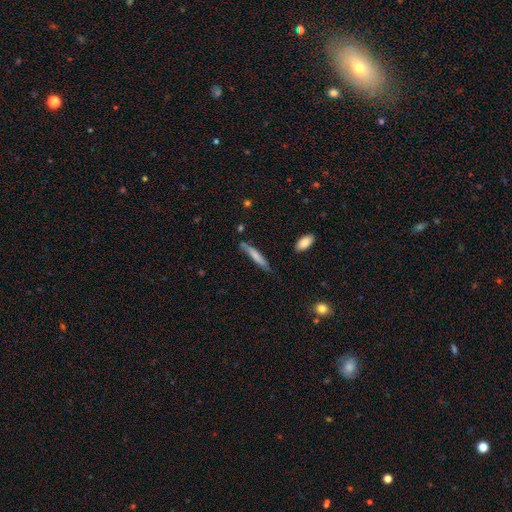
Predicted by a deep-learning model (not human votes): The model was most divided on "smooth or featured": smooth: 70%, featured or disk: 23%, star or artifact: 6%. More confident: how rounded — cigar-shaped (91%); merging — none (72%).